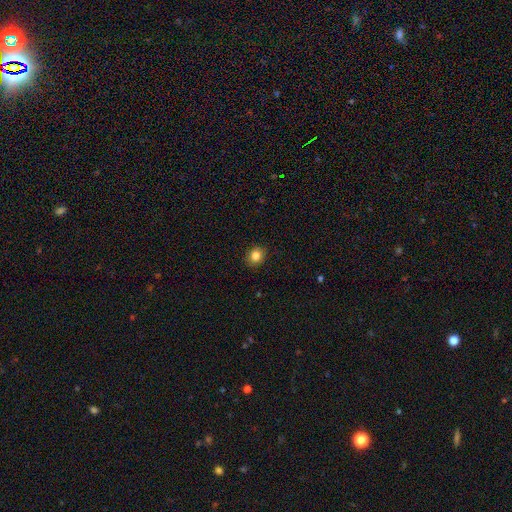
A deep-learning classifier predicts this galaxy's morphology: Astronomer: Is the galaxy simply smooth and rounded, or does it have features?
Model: smooth — 84%.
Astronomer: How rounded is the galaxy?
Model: round — 75%.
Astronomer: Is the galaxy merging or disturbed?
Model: none — 89%.